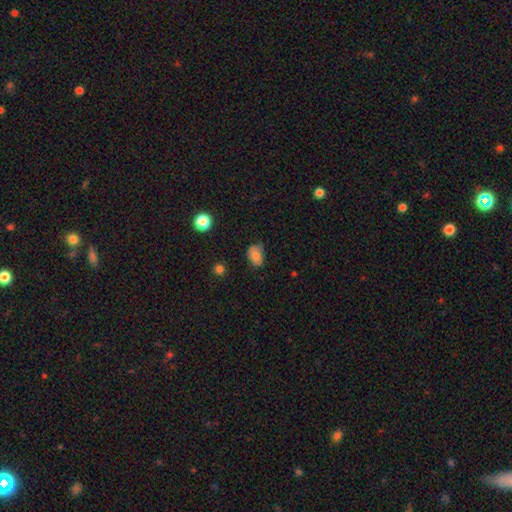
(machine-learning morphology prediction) The model was most divided on "merging": none: 56%, minor disturbance: 34%, major disturbance: 8%, merger: 2%. More confident: smooth or featured — smooth (75%); how rounded — in between (70%).